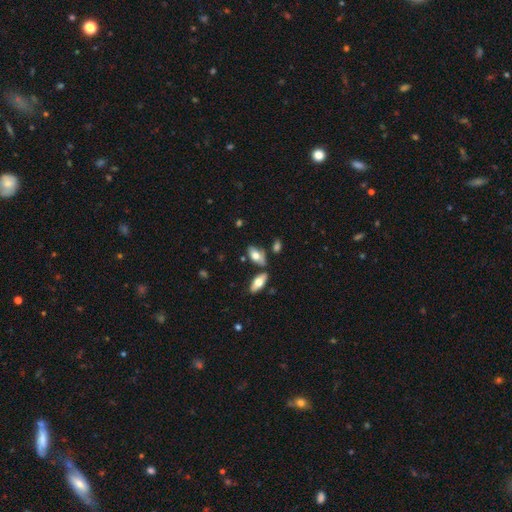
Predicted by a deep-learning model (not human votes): This appears to be a smooth galaxy with no disk features (68%) that is in between round and cigar-shaped (89%). Merging: none (68%).